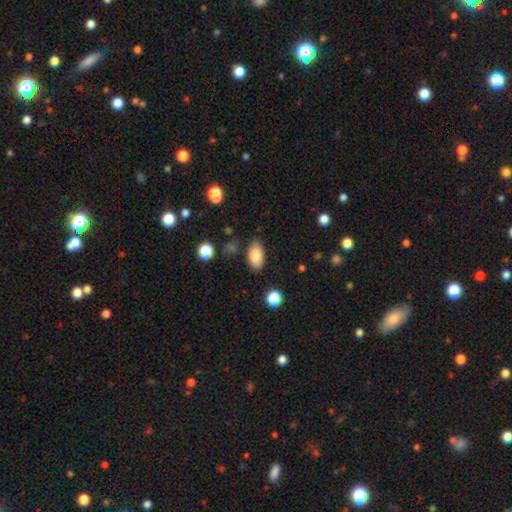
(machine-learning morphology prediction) This is clearly a smooth galaxy (83%). How rounded: clearly in between (93%). Merging: clearly none (83%).